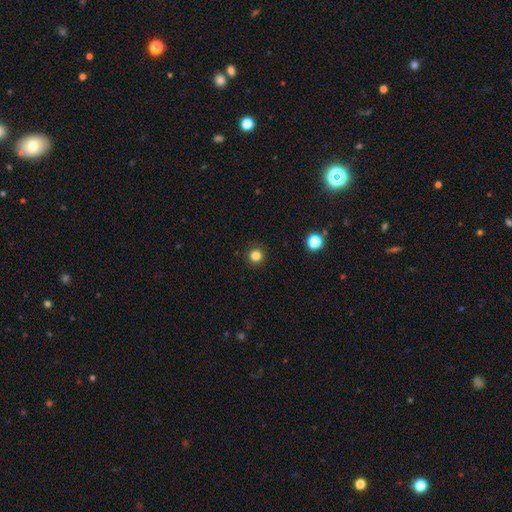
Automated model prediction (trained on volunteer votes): This is clearly a smooth galaxy (83%). How rounded: clearly round (94%). Merging: clearly none (92%).